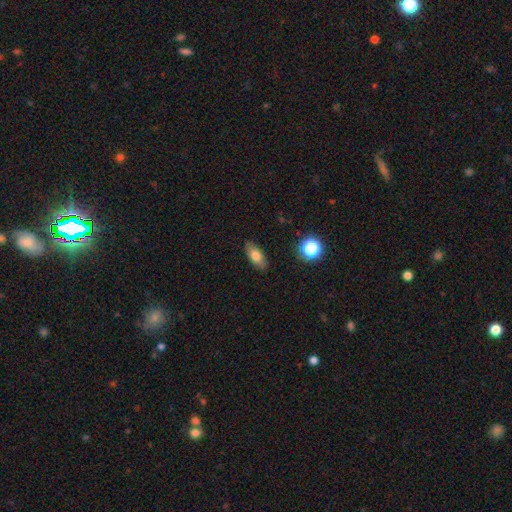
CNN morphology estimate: Q: Smooth or featured?
A: smooth (74%); runner-up: featured or disk (17%)
Q: How rounded?
A: in between (83%); runner-up: cigar-shaped (11%)
Q: Merging?
A: none (86%); runner-up: minor disturbance (10%)